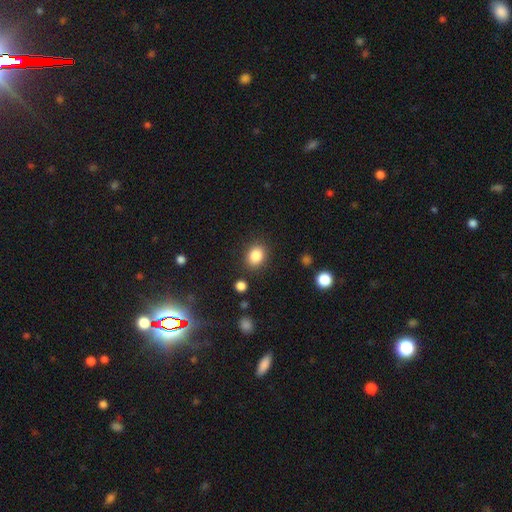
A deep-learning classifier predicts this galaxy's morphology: smooth 85%, star or artifact 10%, featured or disk 5%. Down the decision tree: how rounded — round (54%); merging — none (86%).